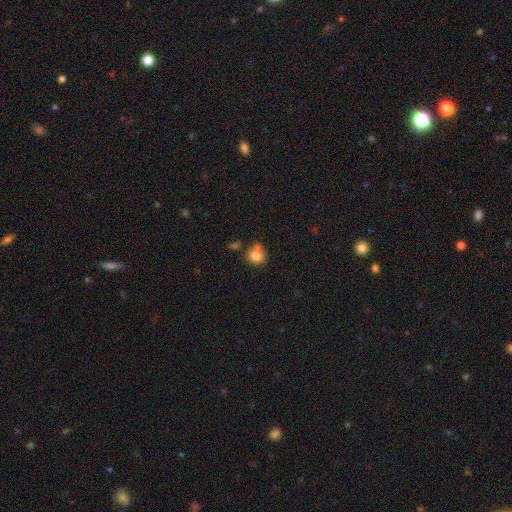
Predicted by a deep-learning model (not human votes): Smooth or featured?
  - smooth: 82% *
  - star or artifact: 10%
  - featured or disk: 8%
How rounded?
  - round: 83% *
  - in between: 16%
  - cigar-shaped: 1%
Merging?
  - none: 55% *
  - merger: 22%
  - minor disturbance: 17%
  - major disturbance: 6%